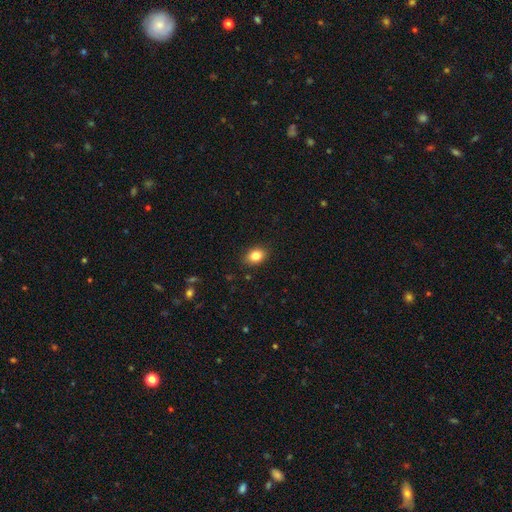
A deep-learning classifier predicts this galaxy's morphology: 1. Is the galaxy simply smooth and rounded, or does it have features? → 84% smooth, 9% star or artifact, 7% featured or disk.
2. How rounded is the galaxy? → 72% in between, 27% round, 1% cigar-shaped.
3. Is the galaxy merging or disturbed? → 88% none, 9% minor disturbance, 2% major disturbance, 1% merger.